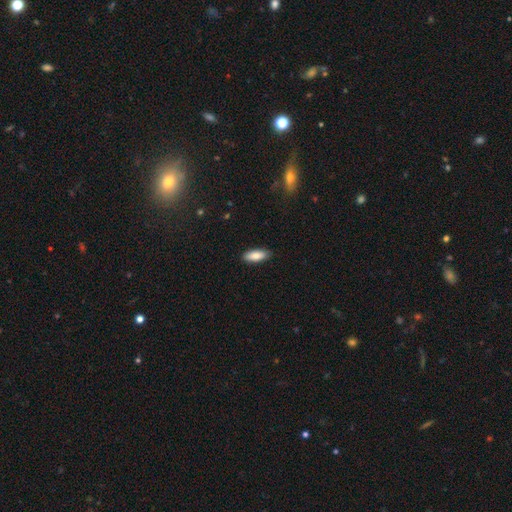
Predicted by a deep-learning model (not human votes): smooth_or_featured: smooth (p=0.84) [alt: featured or disk p=0.10]
how_rounded: in between (p=0.73) [alt: cigar-shaped p=0.25]
merging: none (p=0.88) [alt: minor disturbance p=0.09]